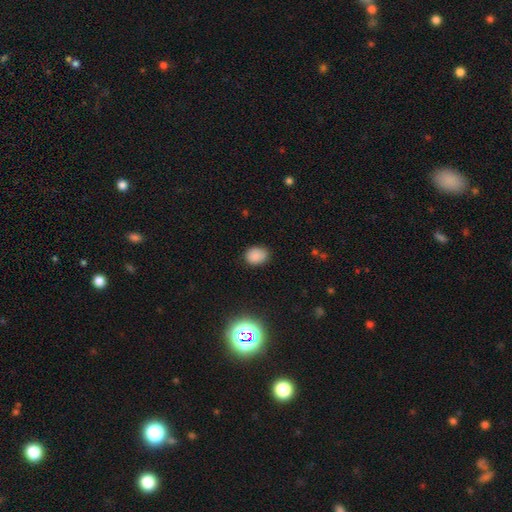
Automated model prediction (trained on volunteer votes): Smooth or featured: smooth — 84% (star or artifact — 12%)
How rounded: in between — 57% (round — 42%)
Merging: none — 83% (minor disturbance — 13%)